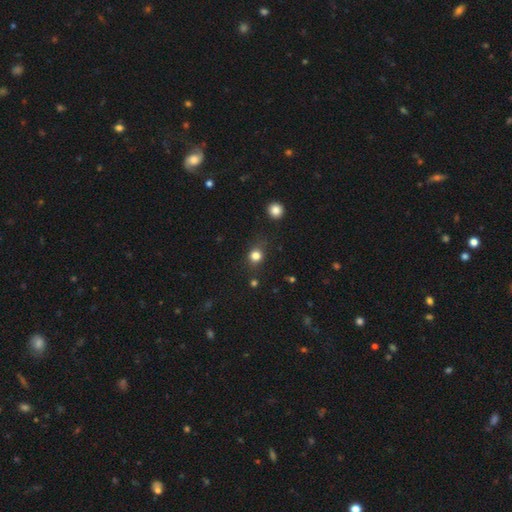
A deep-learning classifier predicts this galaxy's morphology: smooth-or-featured: smooth: 80% | star or artifact: 15% | featured or disk: 6%
  how-rounded: round: 80% | in between: 19% | cigar-shaped: 1%
  merging: none: 78% | minor disturbance: 15% | major disturbance: 5% | merger: 2%